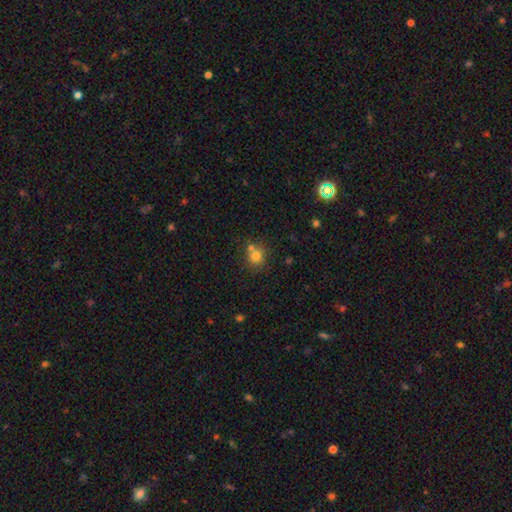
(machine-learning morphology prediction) smooth 77%, star or artifact 13%, featured or disk 10%. Down the decision tree: how rounded — round (85%); merging — none (58%).